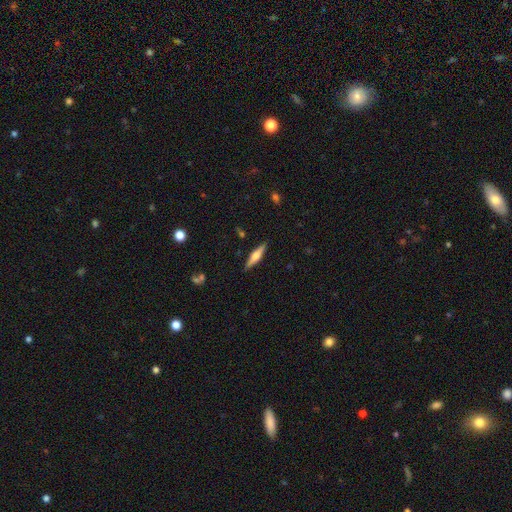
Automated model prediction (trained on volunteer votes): Smooth or featured?
  - featured or disk: 59% *
  - smooth: 35%
  - star or artifact: 6%
Edge-on disk?
  - yes: 97% *
  - no: 3%
Edge-on bulge?
  - rounded: 84% *
  - boxy: 12%
  - none: 4%
Merging?
  - none: 89% *
  - minor disturbance: 8%
  - major disturbance: 2%
  - merger: 1%